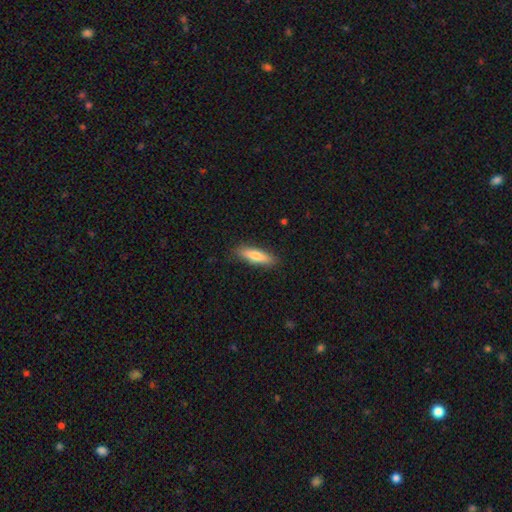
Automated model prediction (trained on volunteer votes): Smooth or featured? smooth (74%)
How rounded? cigar-shaped (68%)
Merging? none (87%)